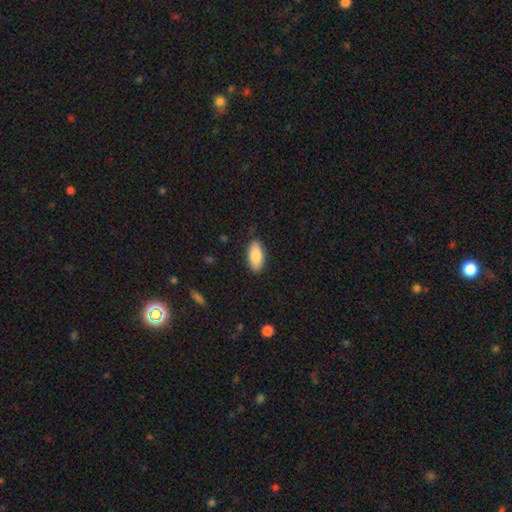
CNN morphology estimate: Overall: smooth (87%). How rounded: in between (91%). Merging: none (86%).